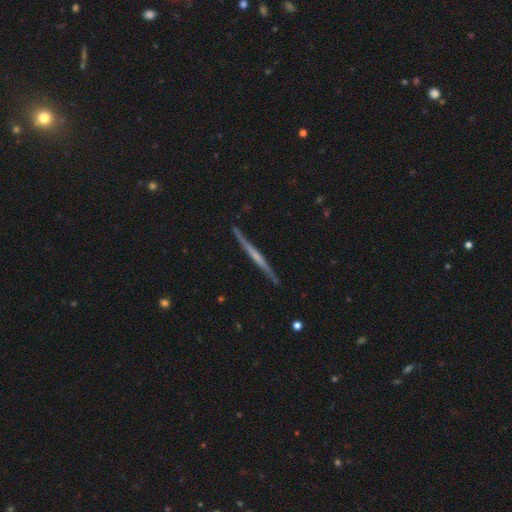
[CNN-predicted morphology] This appears to be a featured or disk galaxy (68%) viewed edge-on (97%) with no central bulge (68%). Merging: none (89%).